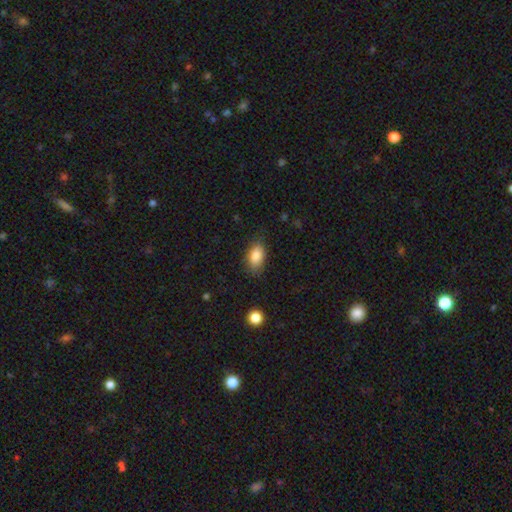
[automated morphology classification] Smooth or featured: smooth — 85% (star or artifact — 8%)
How rounded: in between — 90% (round — 7%)
Merging: none — 79% (minor disturbance — 16%)